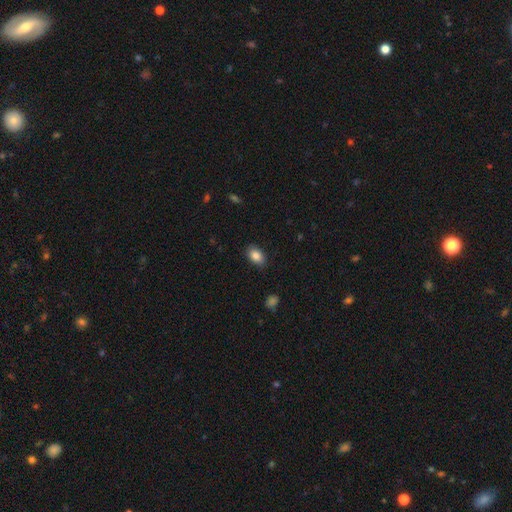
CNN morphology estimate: Smooth or featured? smooth (87%)
How rounded? in between (85%)
Merging? none (85%)